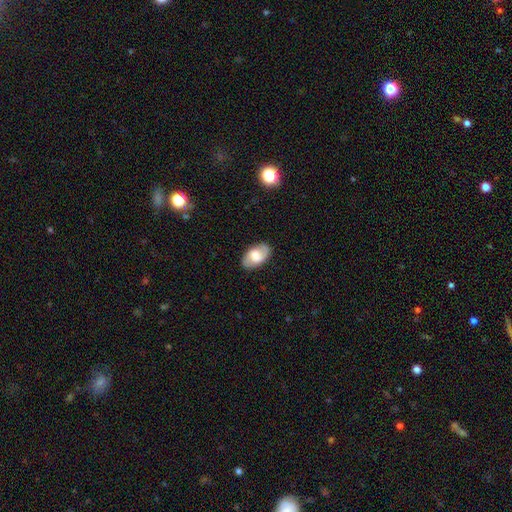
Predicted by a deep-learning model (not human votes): This appears to be a smooth galaxy with no disk features (49%). Merging: none (85%).